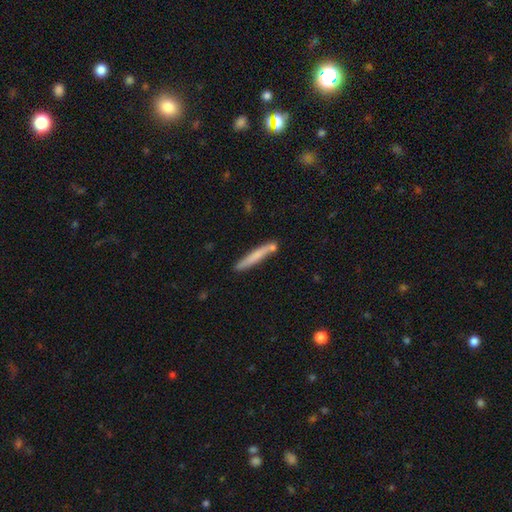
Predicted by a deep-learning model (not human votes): This is likely a smooth galaxy (66%). How rounded: clearly cigar-shaped (95%). Merging: likely none (76%).